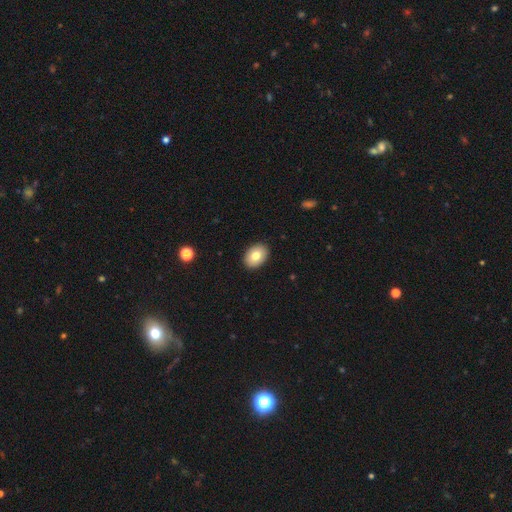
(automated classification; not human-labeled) smooth 78%, featured or disk 14%, star or artifact 8%. Down the decision tree: how rounded — in between (77%); merging — none (91%).